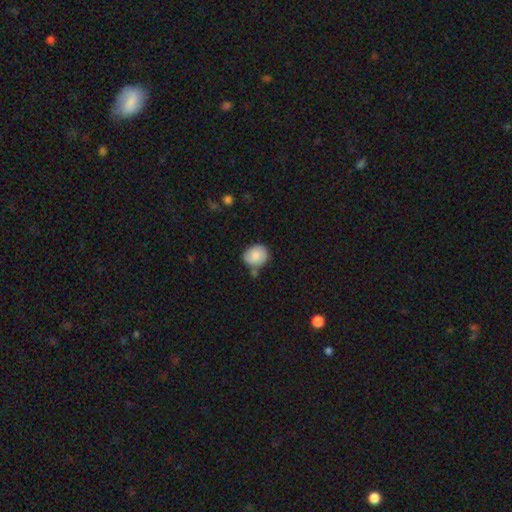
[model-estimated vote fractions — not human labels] This appears to be a smooth galaxy with no disk features (83%) that is round (60%). Merging: none (61%).